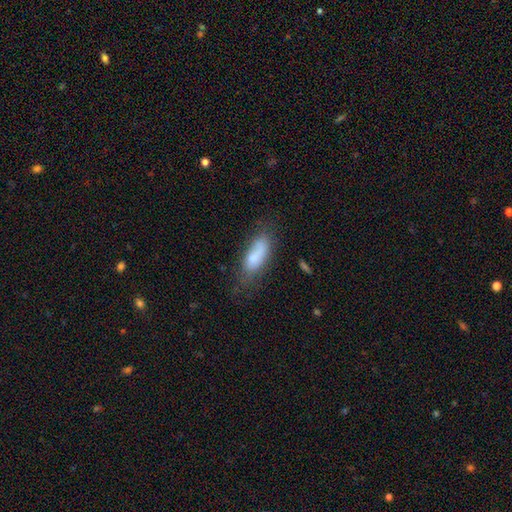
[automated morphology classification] A smooth galaxy with no disk features (74%) that is in between round and cigar-shaped (72%). Merging: none (51%).